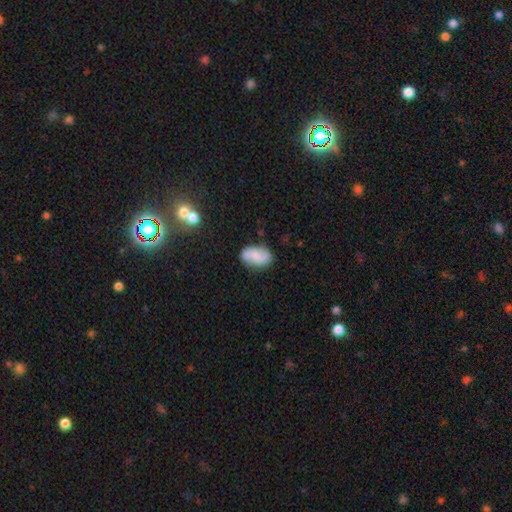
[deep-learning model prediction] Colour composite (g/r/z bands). It shows a smooth galaxy with no disk features (51%) that is in between round and cigar-shaped (90%). Merging: none (77%).